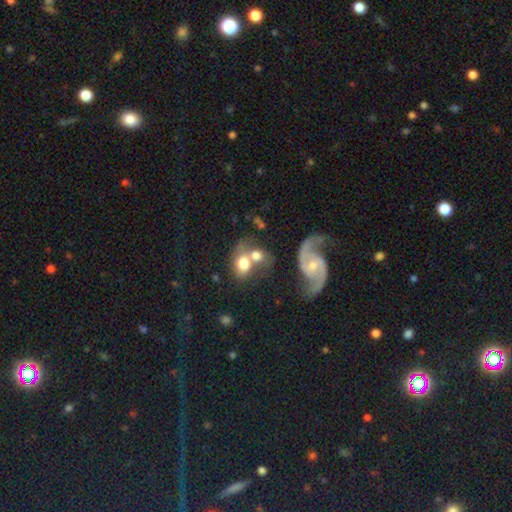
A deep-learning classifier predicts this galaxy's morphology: smooth_or_featured: smooth (p=0.57) [alt: featured or disk p=0.33]
how_rounded: in between (p=0.54) [alt: round p=0.44]
merging: merger (p=0.53) [alt: none p=0.26]